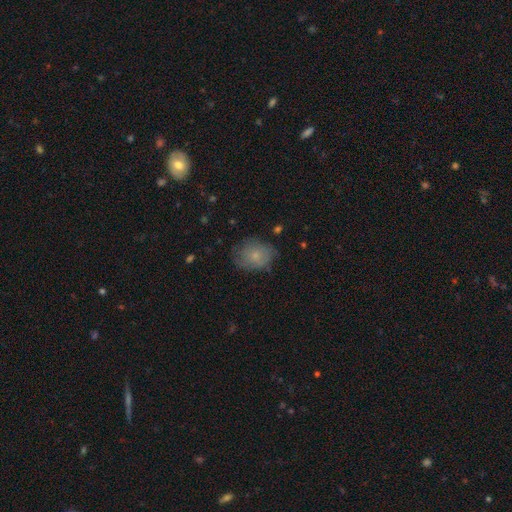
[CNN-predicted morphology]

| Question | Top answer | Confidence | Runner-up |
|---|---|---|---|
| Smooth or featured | smooth | 72% | featured or disk (19%) |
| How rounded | round | 50% | in between (49%) |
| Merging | none | 66% | minor disturbance (25%) |